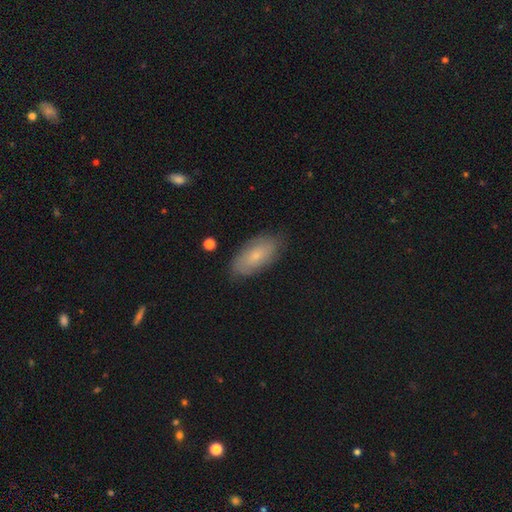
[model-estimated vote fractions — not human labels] Q: Smooth or featured?
A: smooth (62%); runner-up: featured or disk (30%)
Q: How rounded?
A: in between (91%); runner-up: cigar-shaped (7%)
Q: Merging?
A: none (81%); runner-up: minor disturbance (14%)